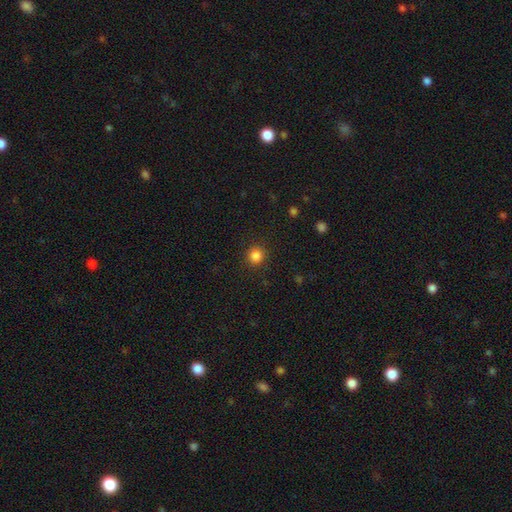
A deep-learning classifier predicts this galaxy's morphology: Smooth or featured?
  - smooth: 85% *
  - star or artifact: 12%
  - featured or disk: 3%
How rounded?
  - round: 93% *
  - in between: 6%
  - cigar-shaped: 1%
Merging?
  - none: 90% *
  - minor disturbance: 6%
  - major disturbance: 2%
  - merger: 1%